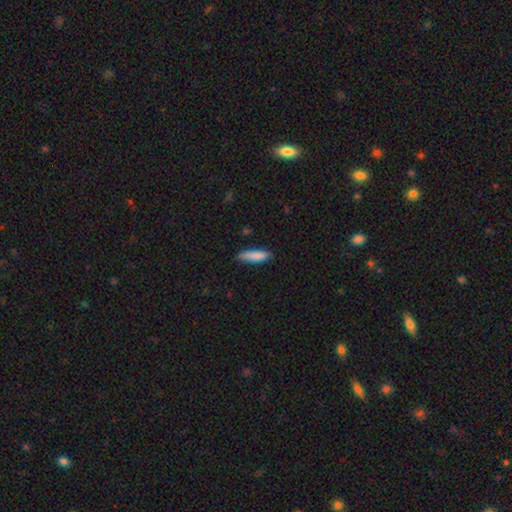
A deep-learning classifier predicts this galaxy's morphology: The model was most divided on "how rounded": cigar-shaped: 70%, in between: 29%, round: 1%. More confident: smooth or featured — smooth (86%); merging — none (77%).